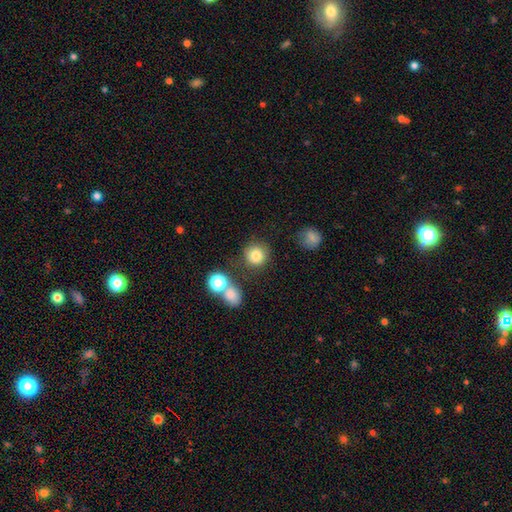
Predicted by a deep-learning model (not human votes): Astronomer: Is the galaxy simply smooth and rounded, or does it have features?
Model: smooth — 81%.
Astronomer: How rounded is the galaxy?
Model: round — 91%.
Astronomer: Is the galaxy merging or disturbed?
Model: none — 76%.